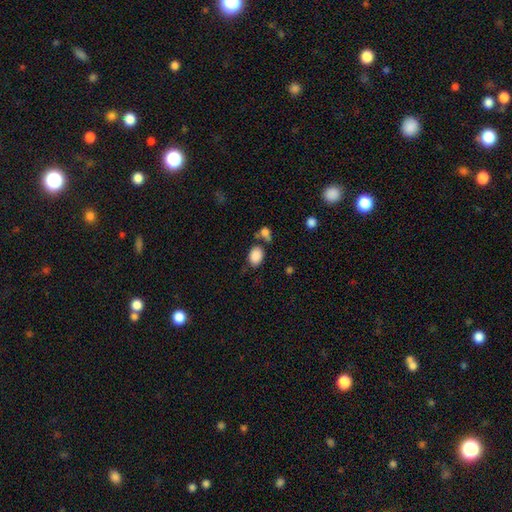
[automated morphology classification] smooth-or-featured: smooth: 87% | star or artifact: 8% | featured or disk: 5%
  how-rounded: in between: 73% | round: 26% | cigar-shaped: 1%
  merging: none: 64% | minor disturbance: 15% | merger: 15% | major disturbance: 6%